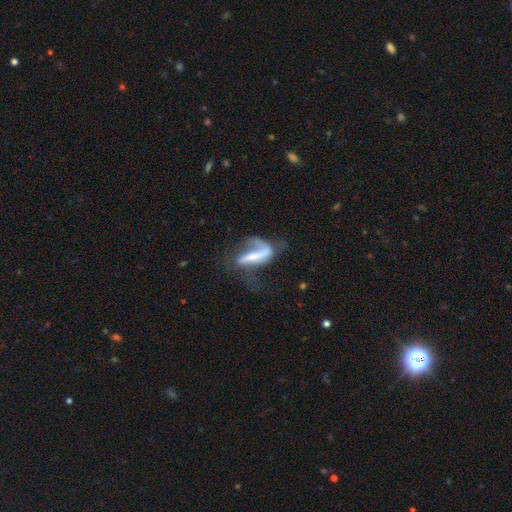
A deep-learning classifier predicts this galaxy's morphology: Overall: featured or disk (62%; smooth 30%). Edge-on disk: no (81%). Bar: strong (57%; no 23%). Spiral arms: yes (68%; no 32%). Bulge size: small (36%; none 31%). Merging: major disturbance (44%; none 29%).